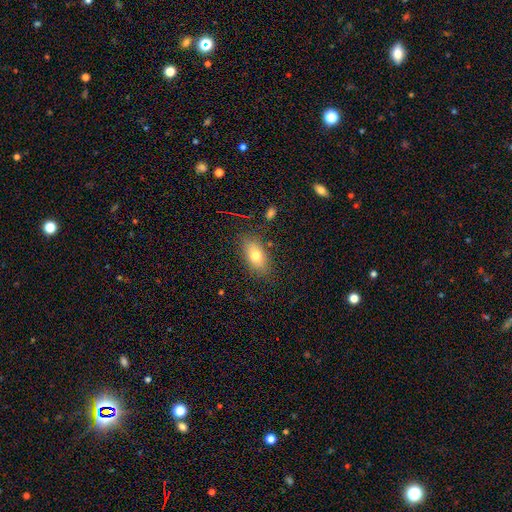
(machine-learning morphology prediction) Smooth or featured: smooth — 74% (featured or disk — 16%)
How rounded: in between — 86% (round — 9%)
Merging: none — 81% (minor disturbance — 12%)